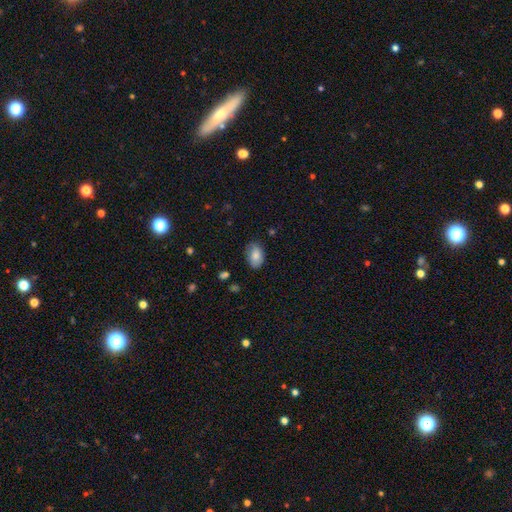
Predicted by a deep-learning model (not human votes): Smooth or featured?
  - smooth: 82% *
  - featured or disk: 11%
  - star or artifact: 7%
How rounded?
  - in between: 88% *
  - round: 10%
  - cigar-shaped: 1%
Merging?
  - none: 81% *
  - minor disturbance: 15%
  - major disturbance: 3%
  - merger: 1%